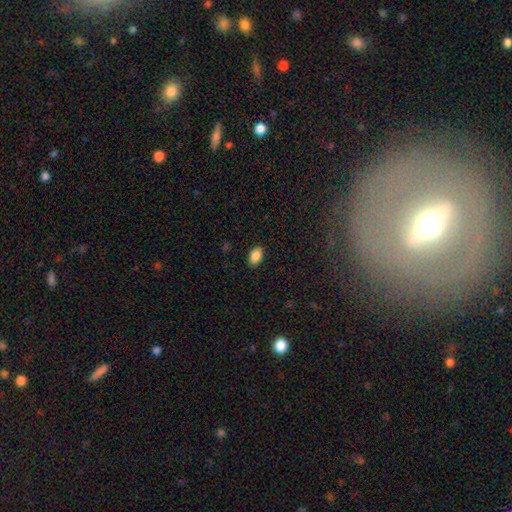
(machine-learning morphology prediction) Overall: smooth (88%). How rounded: in between (90%). Merging: none (88%).